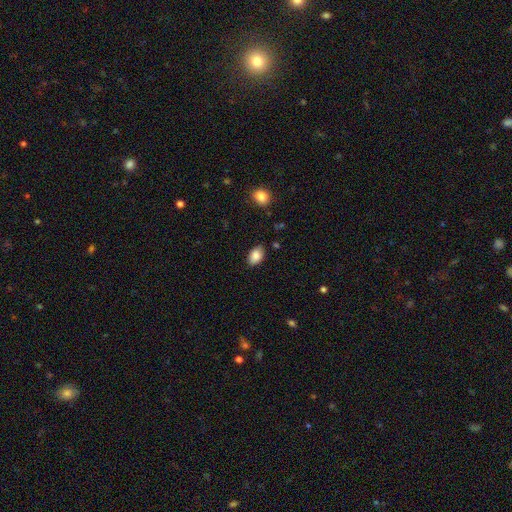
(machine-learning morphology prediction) Smooth or featured? Predicted: smooth (p=0.87). How rounded? Predicted: in between (p=0.89). Merging? Predicted: none (p=0.84).